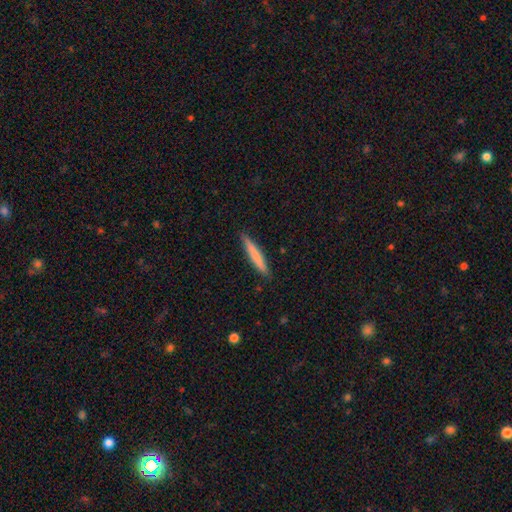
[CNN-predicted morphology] Q: Smooth or featured?
A: smooth (73%); runner-up: featured or disk (21%)
Q: How rounded?
A: cigar-shaped (95%); runner-up: in between (4%)
Q: Merging?
A: none (90%); runner-up: minor disturbance (8%)